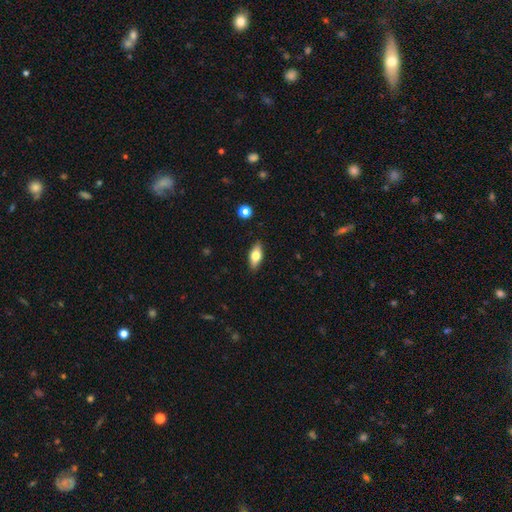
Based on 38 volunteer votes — Overall: smooth (53%; featured or disk 42%). How rounded: in between (60%; cigar-shaped 35%). Merging: none (97%).